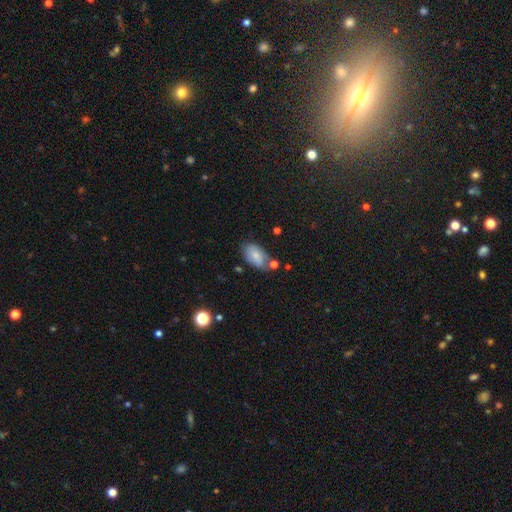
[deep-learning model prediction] This appears to be a smooth galaxy with no disk features (75%) that is in between round and cigar-shaped (93%). Merging: none (60%).